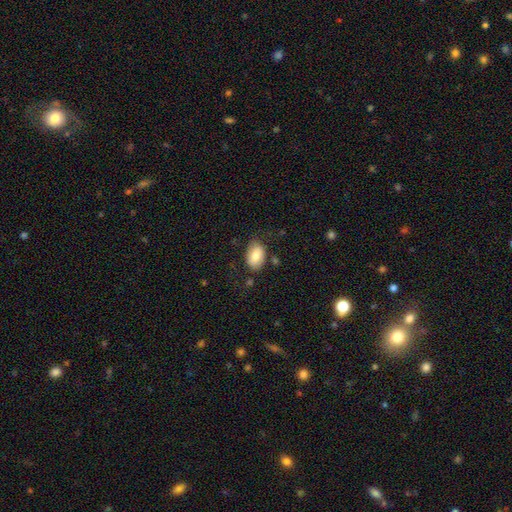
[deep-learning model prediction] This is clearly a smooth galaxy (83%). How rounded: clearly in between (90%). Merging: likely none (74%).